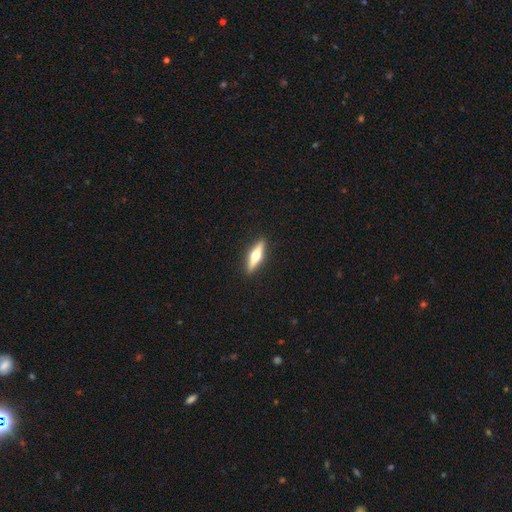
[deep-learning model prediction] Smooth or featured?
  - featured or disk: 61% *
  - smooth: 33%
  - star or artifact: 5%
Edge-on disk?
  - yes: 95% *
  - no: 5%
Edge-on bulge?
  - rounded: 96% *
  - boxy: 2%
  - none: 2%
Merging?
  - none: 91% *
  - minor disturbance: 6%
  - major disturbance: 1%
  - merger: 1%